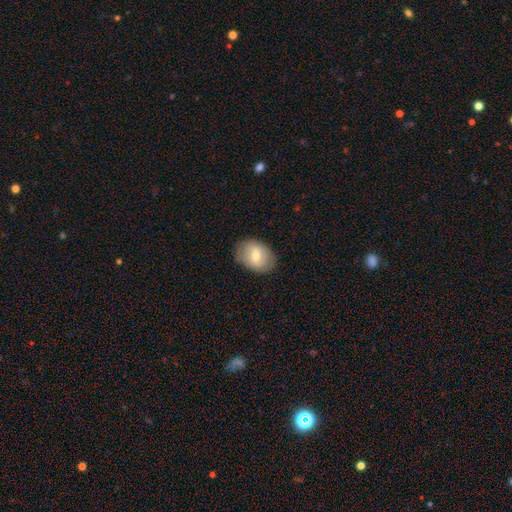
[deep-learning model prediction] Morphology: type=smooth (63%); roundness=in between (72%); merging=none (80%).